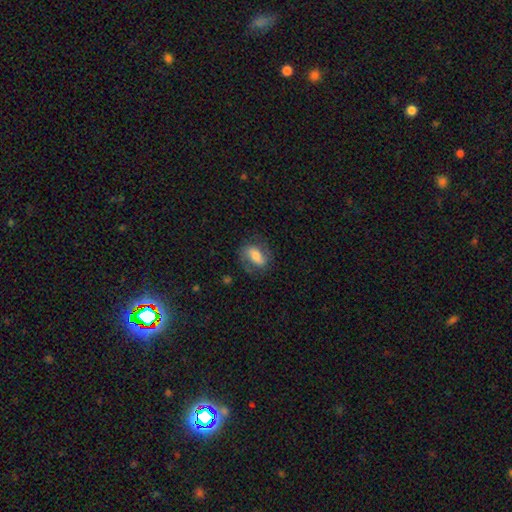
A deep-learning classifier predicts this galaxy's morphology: Smooth or featured? Predicted: smooth (p=0.47). Merging? Predicted: none (p=0.69).